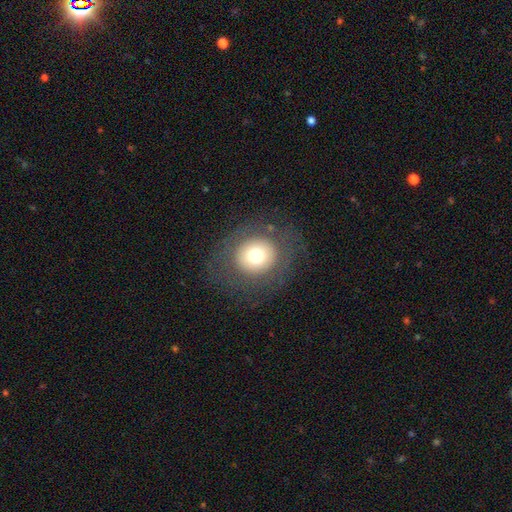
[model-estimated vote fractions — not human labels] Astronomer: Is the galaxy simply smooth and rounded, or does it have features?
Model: smooth — 69%.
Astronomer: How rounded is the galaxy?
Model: round — 83%.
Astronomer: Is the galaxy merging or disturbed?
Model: none — 80%.